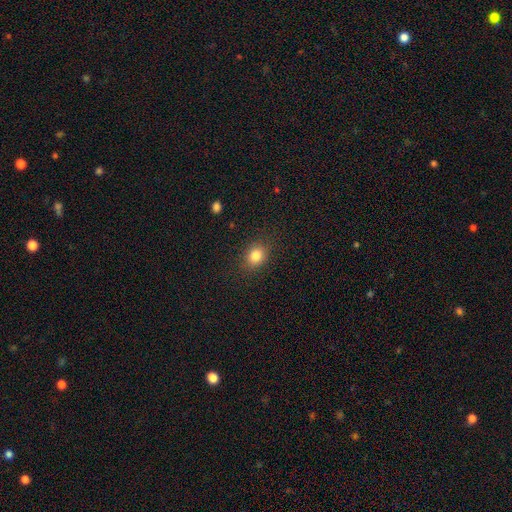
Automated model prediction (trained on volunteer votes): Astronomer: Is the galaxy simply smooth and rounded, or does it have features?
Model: smooth — 83%.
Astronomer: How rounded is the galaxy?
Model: round — 61% (runner-up: in between, 38%).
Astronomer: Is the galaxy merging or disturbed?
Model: none — 86%.